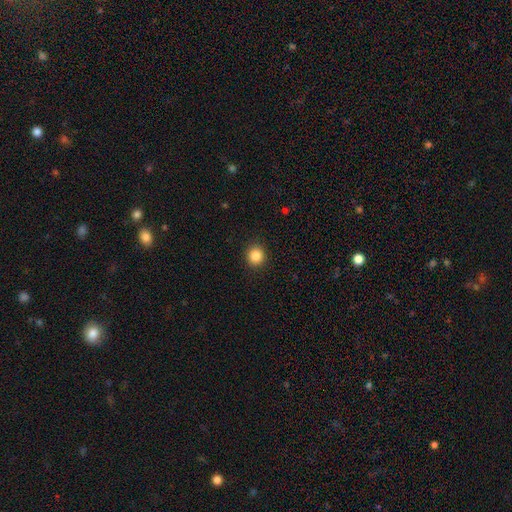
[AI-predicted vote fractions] smooth 86%, star or artifact 11%, featured or disk 4%. Down the decision tree: how rounded — round (90%); merging — none (92%).